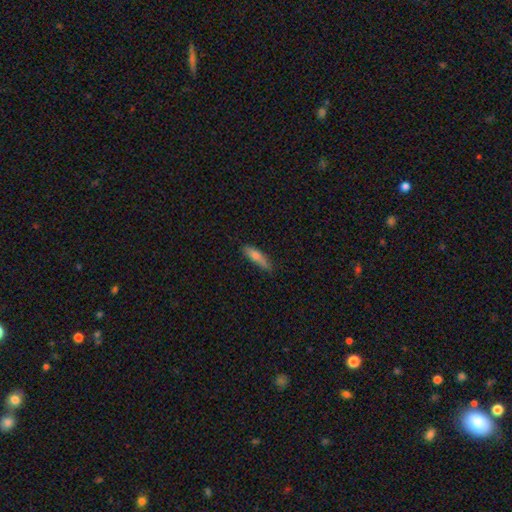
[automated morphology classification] smooth 72%, featured or disk 20%, star or artifact 7%. Down the decision tree: how rounded — cigar-shaped (72%); merging — none (74%).